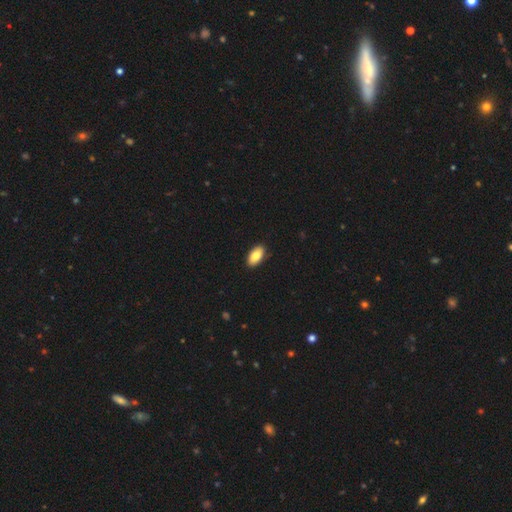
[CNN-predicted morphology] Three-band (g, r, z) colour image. It shows a smooth galaxy with no disk features (84%) that is in between round and cigar-shaped (94%). Merging: none (90%).